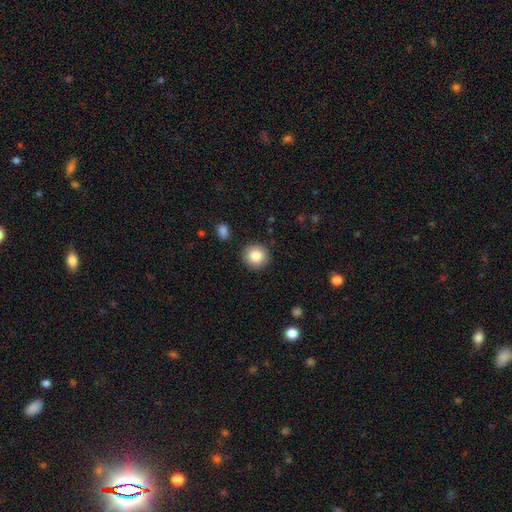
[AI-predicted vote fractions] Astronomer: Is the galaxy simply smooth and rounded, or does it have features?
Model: smooth — 85%.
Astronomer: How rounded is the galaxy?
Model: round — 93%.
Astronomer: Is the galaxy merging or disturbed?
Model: none — 91%.